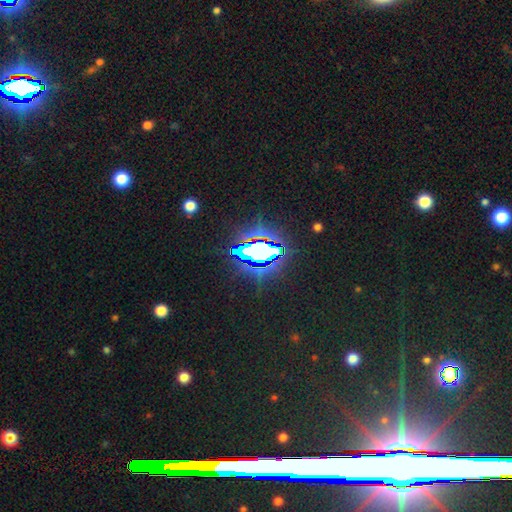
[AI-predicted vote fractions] smooth_or_featured: star or artifact (p=0.80) [alt: smooth p=0.11]